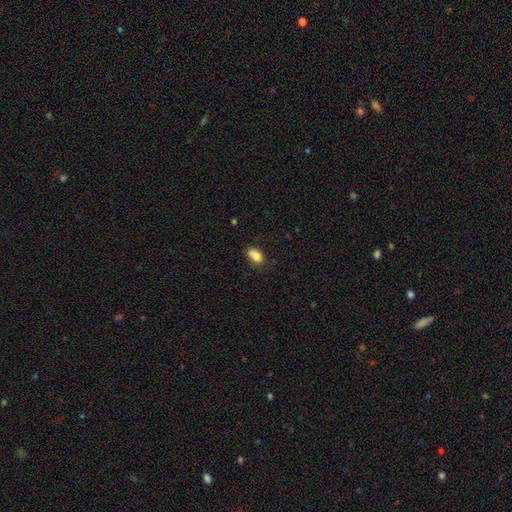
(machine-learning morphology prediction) Smooth or featured? Predicted: smooth (p=0.81). How rounded? Predicted: in between (p=0.85). Merging? Predicted: none (p=0.52).